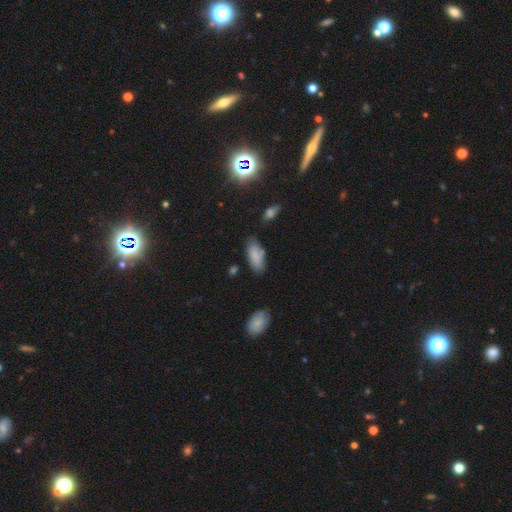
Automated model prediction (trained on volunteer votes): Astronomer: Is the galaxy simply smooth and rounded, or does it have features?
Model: smooth — 80%.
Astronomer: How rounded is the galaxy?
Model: in between — 83%.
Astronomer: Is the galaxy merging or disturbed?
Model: none — 73%.